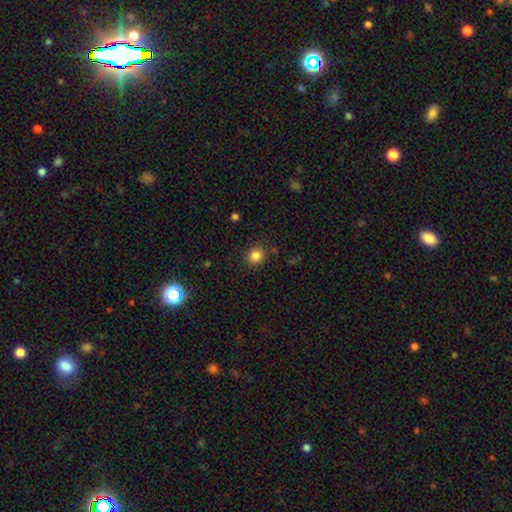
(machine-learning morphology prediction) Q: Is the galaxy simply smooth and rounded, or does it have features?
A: smooth — 84%.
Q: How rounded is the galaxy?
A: round — 79%.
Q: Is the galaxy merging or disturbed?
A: none — 86%.